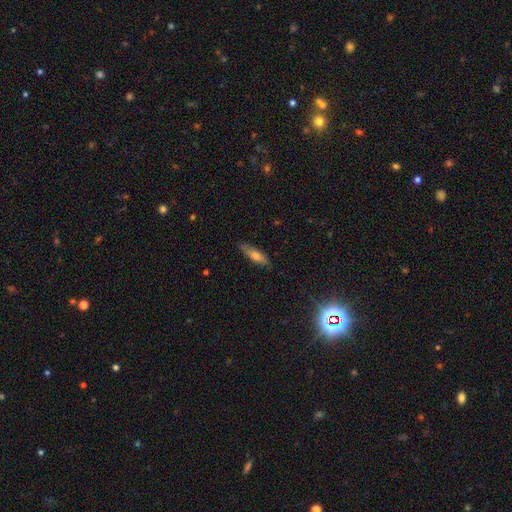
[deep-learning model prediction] smooth_or_featured: smooth (p=0.64) [alt: featured or disk p=0.28]
how_rounded: cigar-shaped (p=0.62) [alt: in between p=0.35]
merging: none (p=0.81) [alt: minor disturbance p=0.15]